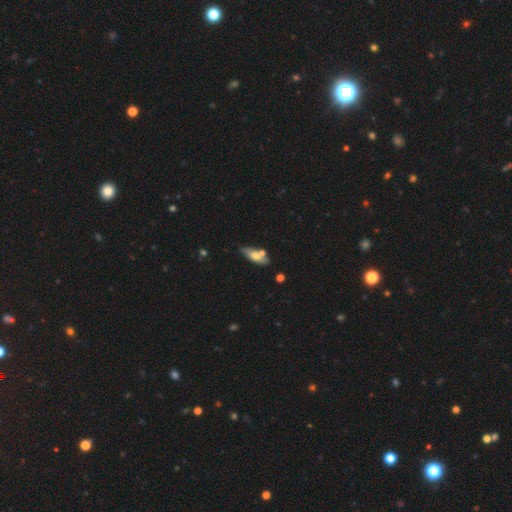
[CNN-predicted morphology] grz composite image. It shows a smooth galaxy with no disk features (57%) that is in between round and cigar-shaped (68%). Merging: none (56%).